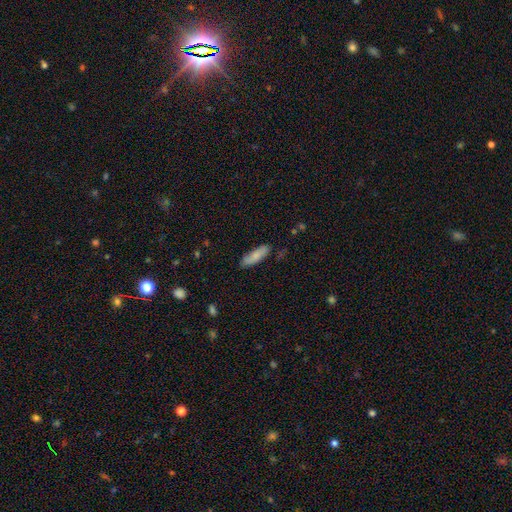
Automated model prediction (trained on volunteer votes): A smooth galaxy with no disk features (80%) that is cigar-shaped (54%).

Vote fractions:
- Smooth or featured? smooth: 80% / featured or disk: 14% / star or artifact: 6%
- How rounded? cigar-shaped: 54% / in between: 44% / round: 2%
- Merging? none: 80% / minor disturbance: 15% / major disturbance: 3% / merger: 2%